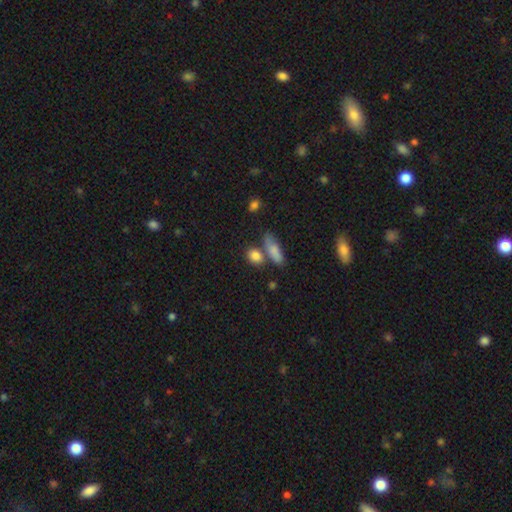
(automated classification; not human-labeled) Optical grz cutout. It shows a smooth galaxy with no disk features (84%) that is in between round and cigar-shaped (54%). Merging: none (60%).